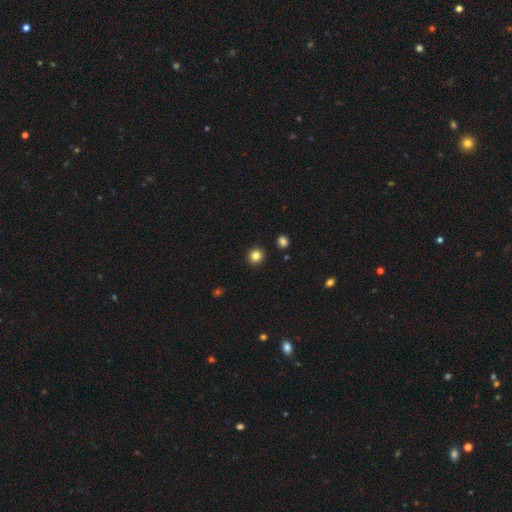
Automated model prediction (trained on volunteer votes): smooth-or-featured: smooth: 84% | star or artifact: 11% | featured or disk: 5%
  how-rounded: round: 90% | in between: 9% | cigar-shaped: 1%
  merging: none: 92% | minor disturbance: 5% | merger: 2% | major disturbance: 2%